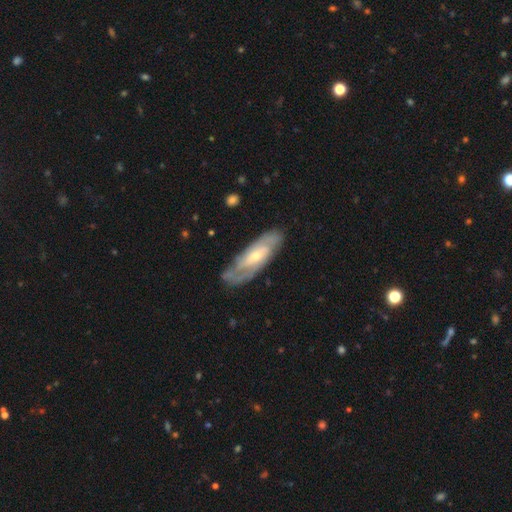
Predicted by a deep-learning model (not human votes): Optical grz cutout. It shows a featured or disk galaxy (76%) with no bar (49%), 2 (48%) tight (53%) spiral arms (89%) and a small central bulge (54%). Merging: none (74%).